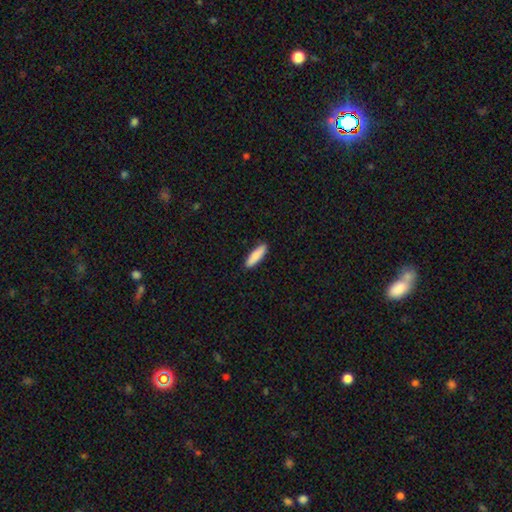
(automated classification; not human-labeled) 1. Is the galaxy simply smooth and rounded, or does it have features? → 86% smooth, 9% featured or disk, 5% star or artifact.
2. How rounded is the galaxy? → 64% cigar-shaped, 34% in between, 2% round.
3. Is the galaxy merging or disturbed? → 90% none, 7% minor disturbance, 1% major disturbance, 1% merger.